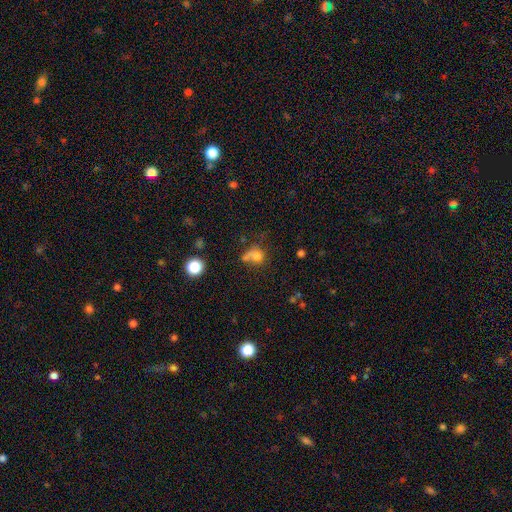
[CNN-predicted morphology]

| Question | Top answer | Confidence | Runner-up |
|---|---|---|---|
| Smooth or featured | smooth | 69% | star or artifact (16%) |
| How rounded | round | 64% | in between (34%) |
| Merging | none | 35% | merger (24%) |